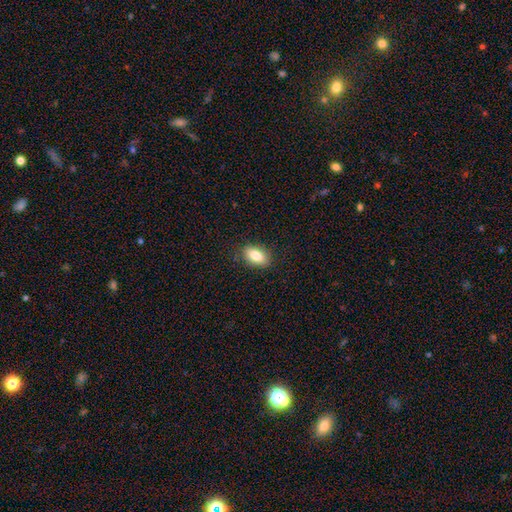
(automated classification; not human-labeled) A smooth galaxy with no disk features (84%) that is in between round and cigar-shaped (90%). Merging: none (86%).